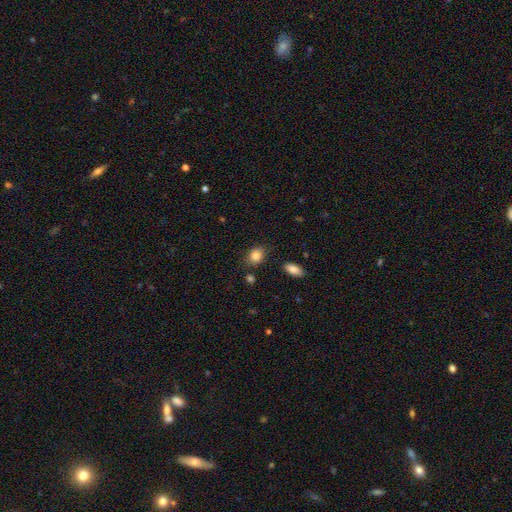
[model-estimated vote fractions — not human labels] This is clearly a smooth galaxy (84%). How rounded: possibly in between (57%). Merging: likely none (79%).